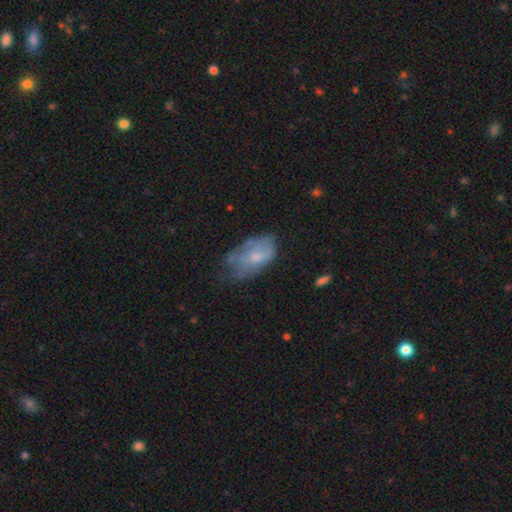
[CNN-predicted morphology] The model was most divided on "merging": none: 38%, minor disturbance: 37%, major disturbance: 23%, merger: 3%. More confident: how rounded — in between (92%); smooth or featured — smooth (51%).